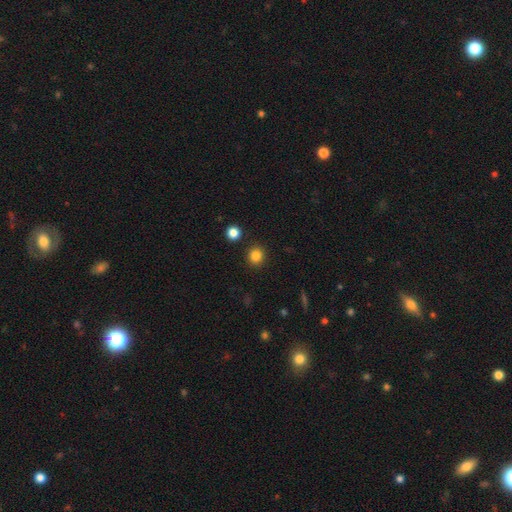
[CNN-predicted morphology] Q: Smooth or featured?
A: smooth (84%); runner-up: star or artifact (12%)
Q: How rounded?
A: round (89%); runner-up: in between (10%)
Q: Merging?
A: none (90%); runner-up: minor disturbance (6%)